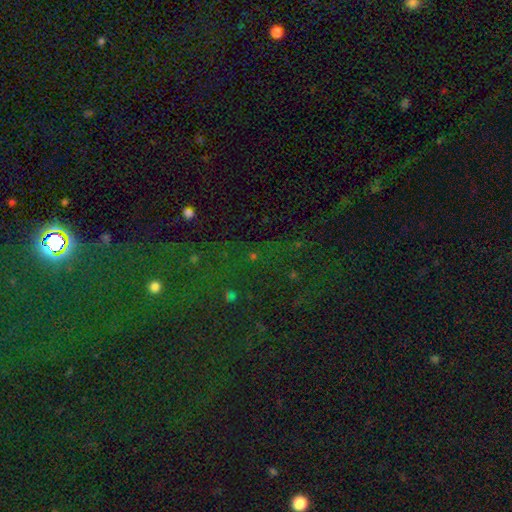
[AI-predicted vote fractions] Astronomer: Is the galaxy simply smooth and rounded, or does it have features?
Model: star or artifact — 76%.